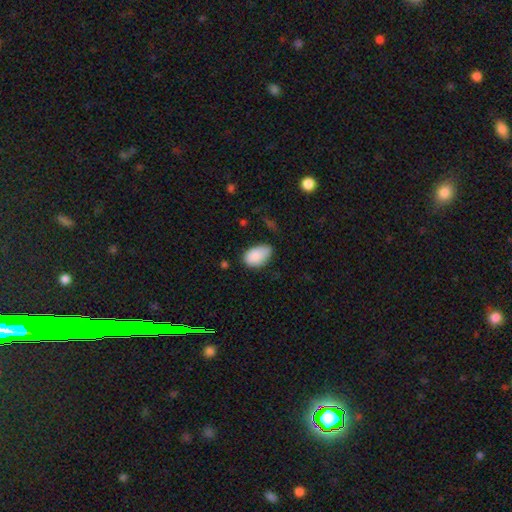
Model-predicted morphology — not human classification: Smooth or featured?
  - smooth: 88% *
  - star or artifact: 7%
  - featured or disk: 6%
How rounded?
  - in between: 92% *
  - round: 7%
  - cigar-shaped: 1%
Merging?
  - none: 55% *
  - minor disturbance: 36%
  - major disturbance: 7%
  - merger: 2%